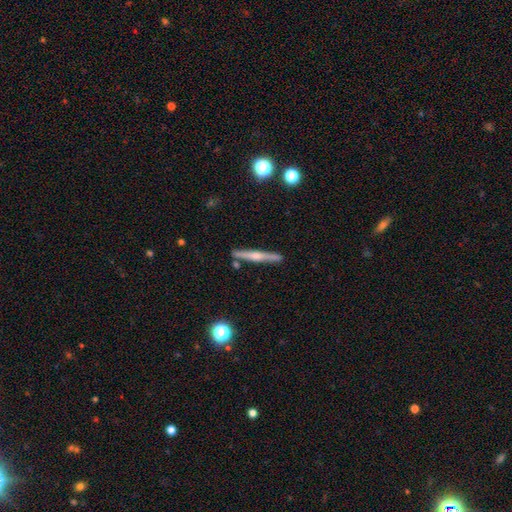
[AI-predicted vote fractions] featured or disk 63%, smooth 26%, star or artifact 11%. Down the decision tree: edge-on disk — yes (94%); edge-on bulge — rounded (77%); merging — none (84%).